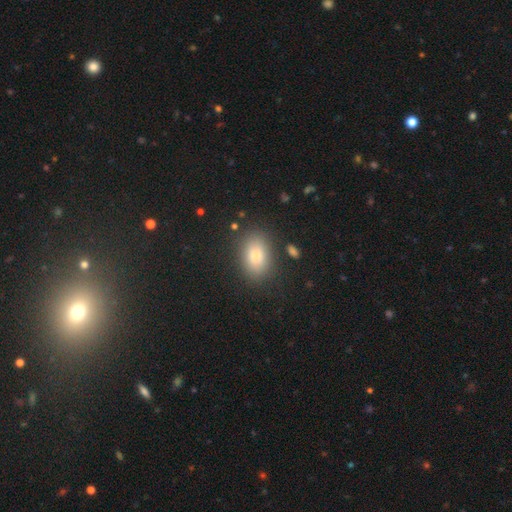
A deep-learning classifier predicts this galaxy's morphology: smooth-or-featured: smooth: 79% | featured or disk: 12% | star or artifact: 9%
  how-rounded: in between: 85% | round: 12% | cigar-shaped: 3%
  merging: none: 78% | minor disturbance: 14% | major disturbance: 5% | merger: 3%